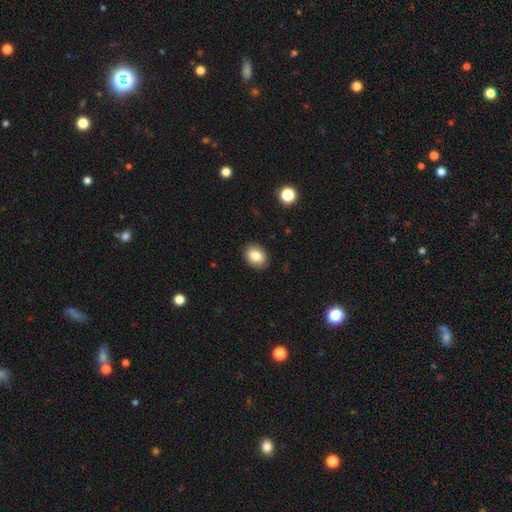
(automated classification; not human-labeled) smooth 83%, star or artifact 9%, featured or disk 8%. Down the decision tree: how rounded — in between (57%); merging — none (90%).